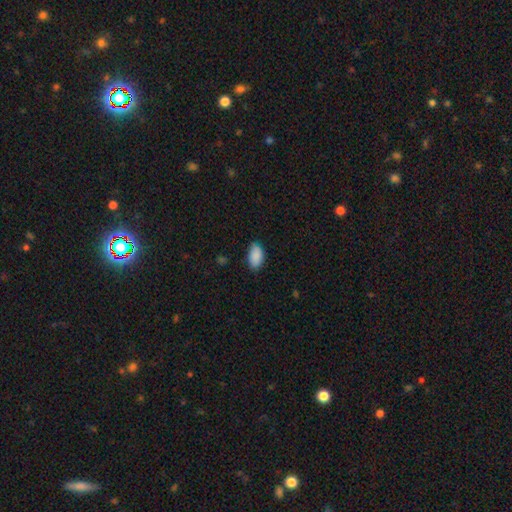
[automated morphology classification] Q: Smooth or featured?
A: smooth (89%); runner-up: star or artifact (7%)
Q: How rounded?
A: in between (93%); runner-up: round (5%)
Q: Merging?
A: none (78%); runner-up: minor disturbance (18%)